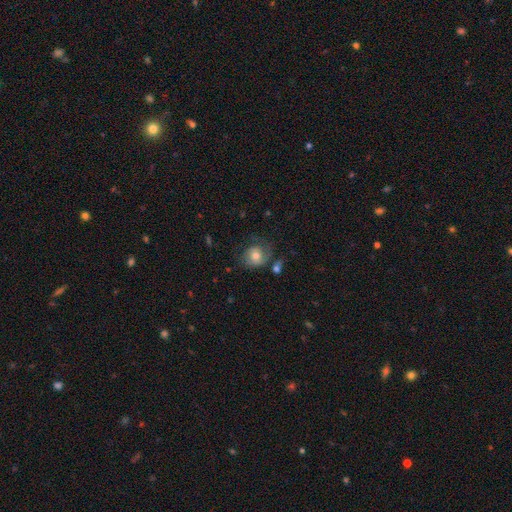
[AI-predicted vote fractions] smooth 53%, featured or disk 38%, star or artifact 9%. Down the decision tree: how rounded — round (71%); merging — none (51%).